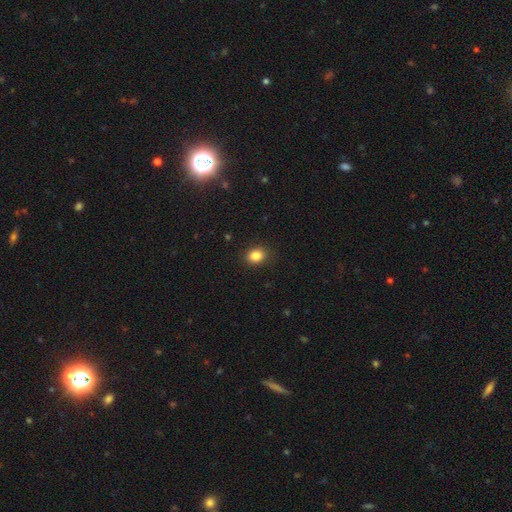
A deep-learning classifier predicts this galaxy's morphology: smooth_or_featured: smooth (p=0.85) [alt: star or artifact p=0.10]
how_rounded: round (p=0.51) [alt: in between p=0.48]
merging: none (p=0.88) [alt: minor disturbance p=0.08]